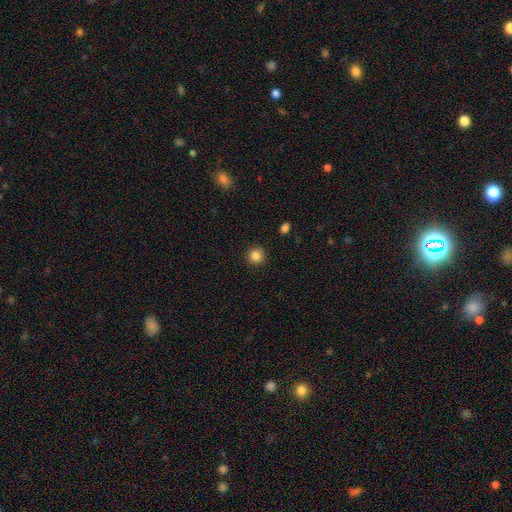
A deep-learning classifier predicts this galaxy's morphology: Smooth or featured? smooth (85%)
How rounded? round (94%)
Merging? none (92%)